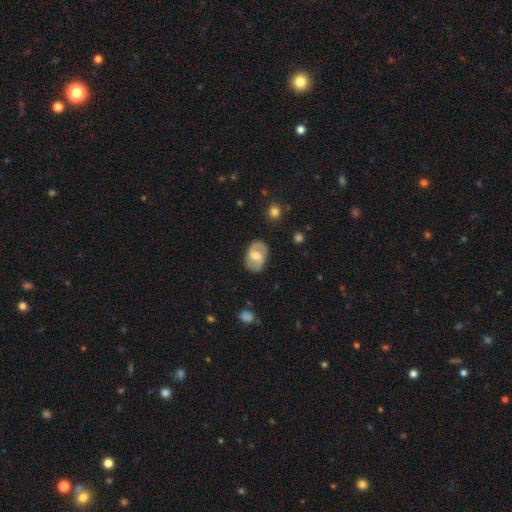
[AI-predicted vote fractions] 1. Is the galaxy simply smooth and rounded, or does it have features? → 67% featured or disk, 27% smooth, 6% star or artifact.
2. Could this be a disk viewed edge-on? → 97% no, 3% yes.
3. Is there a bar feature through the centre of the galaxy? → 51% weak, 32% no, 16% strong.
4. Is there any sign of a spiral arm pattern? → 87% yes, 13% no.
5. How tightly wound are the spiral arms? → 45% medium, 34% loose, 20% tight.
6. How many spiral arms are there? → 87% 2, 7% can't tell, 2% 1, 2% 3, 1% 4, 1% more than 4.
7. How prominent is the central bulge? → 59% moderate, 32% small, 4% large, 3% none, 1% dominant.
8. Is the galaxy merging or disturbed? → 78% none, 16% minor disturbance, 4% major disturbance, 1% merger.